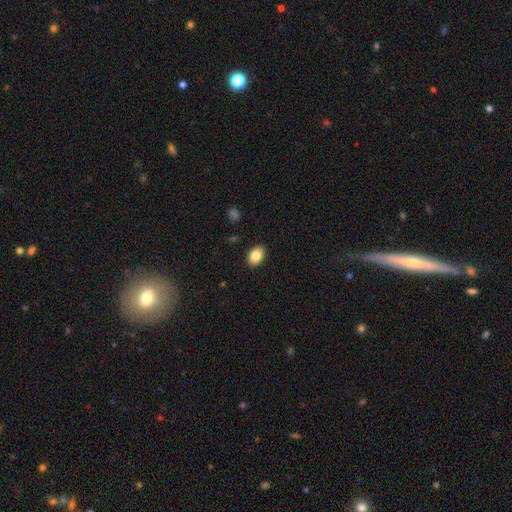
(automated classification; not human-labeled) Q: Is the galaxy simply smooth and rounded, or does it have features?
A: smooth — 84%.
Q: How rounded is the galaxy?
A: in between — 81%.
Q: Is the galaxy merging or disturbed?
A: none — 89%.